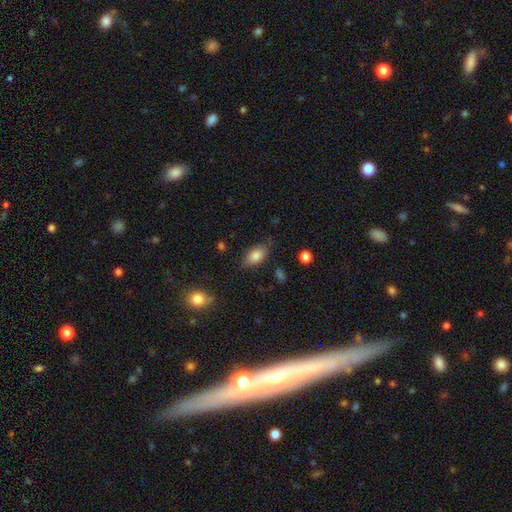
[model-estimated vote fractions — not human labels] Smooth or featured? smooth (84%)
How rounded? in between (91%)
Merging? none (77%)